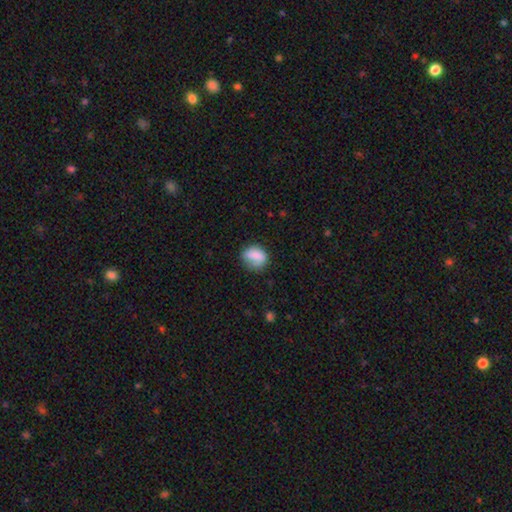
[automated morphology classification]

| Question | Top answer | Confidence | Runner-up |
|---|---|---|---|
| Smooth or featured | smooth | 80% | featured or disk (12%) |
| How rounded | round | 53% | in between (45%) |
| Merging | none | 59% | minor disturbance (27%) |